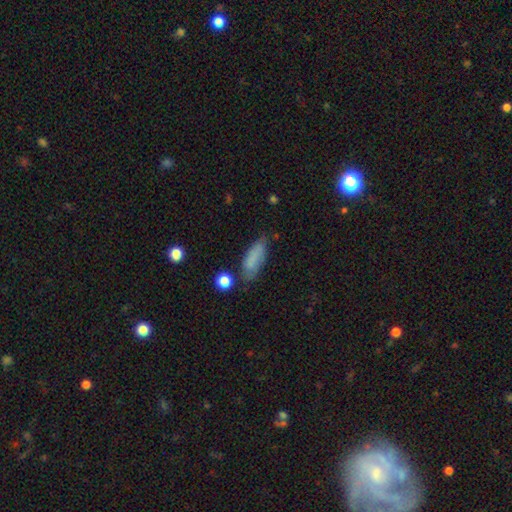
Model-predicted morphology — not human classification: A smooth galaxy with no disk features (79%) that is in between round and cigar-shaped (65%).

Vote fractions:
- Smooth or featured? smooth: 79% / featured or disk: 12% / star or artifact: 9%
- How rounded? in between: 65% / cigar-shaped: 32% / round: 3%
- Merging? none: 65% / minor disturbance: 24% / major disturbance: 7% / merger: 4%